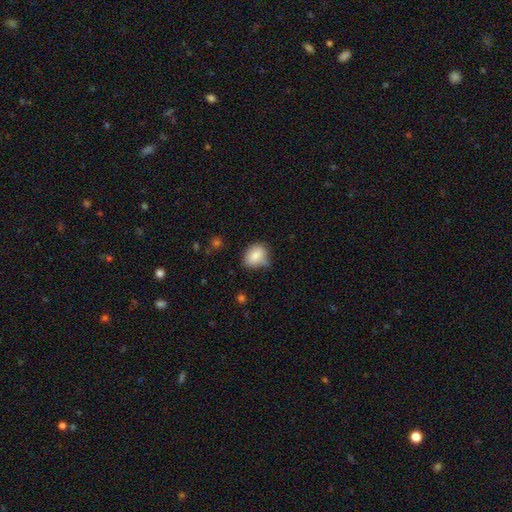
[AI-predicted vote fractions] Smooth or featured? Predicted: smooth (p=0.83). How rounded? Predicted: in between (p=0.57). Merging? Predicted: none (p=0.61).